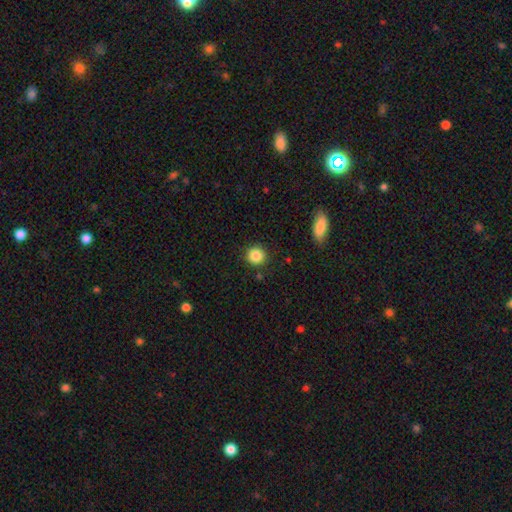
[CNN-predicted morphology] A smooth galaxy with no disk features (86%) that is round (92%). Merging: none (88%).